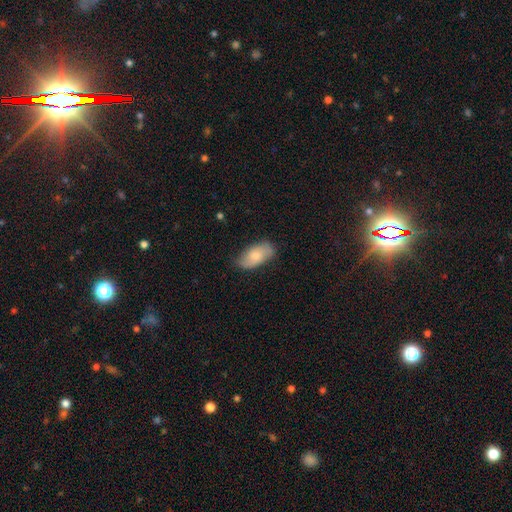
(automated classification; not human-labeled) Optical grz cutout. It shows a smooth galaxy with no disk features (66%) that is in between round and cigar-shaped (93%). Merging: none (70%).